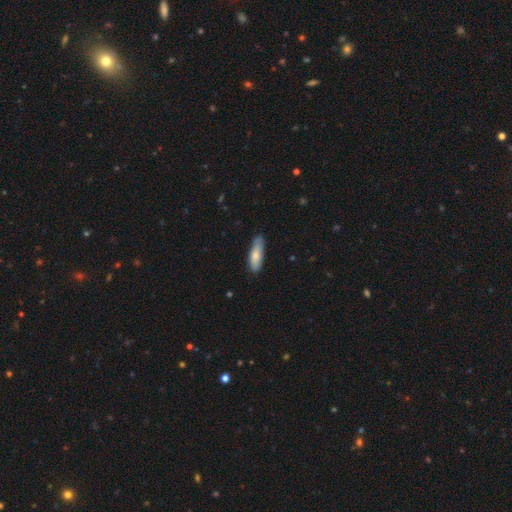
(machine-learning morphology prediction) Smooth or featured: smooth — 79% (featured or disk — 16%)
How rounded: cigar-shaped — 57% (in between — 41%)
Merging: none — 79% (minor disturbance — 17%)